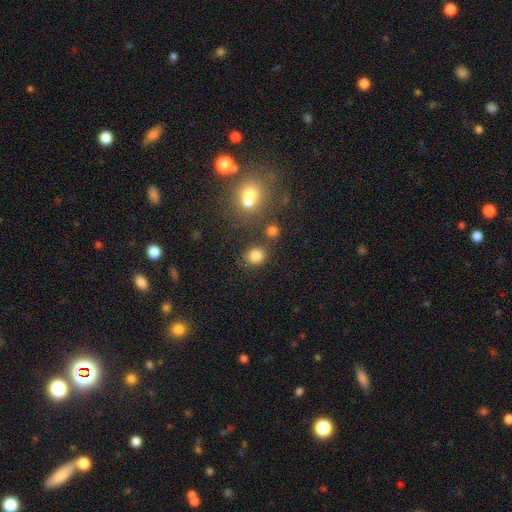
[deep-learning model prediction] A smooth galaxy with no disk features (82%) that is round (66%).

Vote fractions:
- Smooth or featured? smooth: 82% / star or artifact: 12% / featured or disk: 6%
- How rounded? round: 66% / in between: 33% / cigar-shaped: 1%
- Merging? none: 77% / minor disturbance: 10% / merger: 8% / major disturbance: 4%